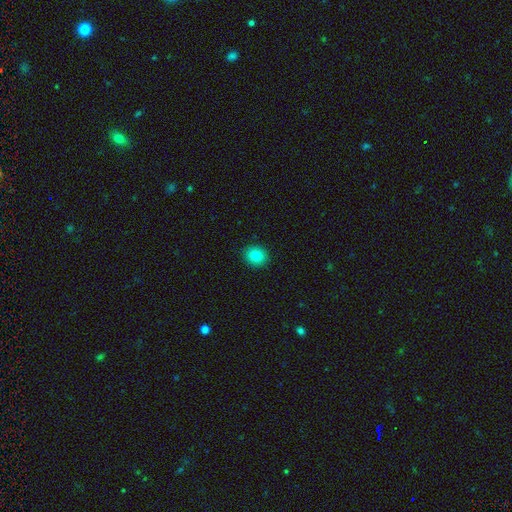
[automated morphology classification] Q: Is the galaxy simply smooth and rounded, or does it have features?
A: smooth — 82%.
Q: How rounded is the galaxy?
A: round — 86%.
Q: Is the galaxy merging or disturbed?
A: none — 92%.